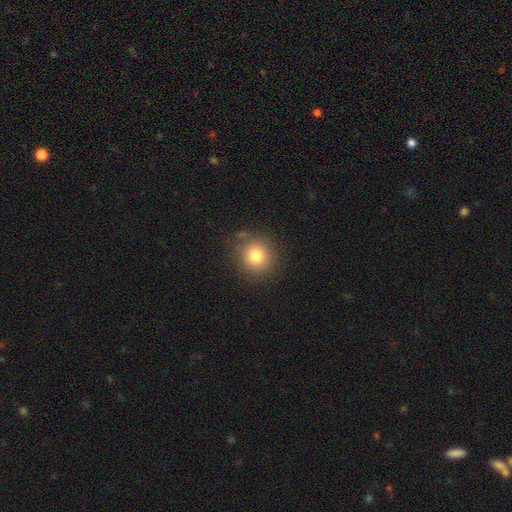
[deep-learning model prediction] This is clearly a smooth galaxy (80%). How rounded: clearly round (87%). Merging: clearly none (80%).